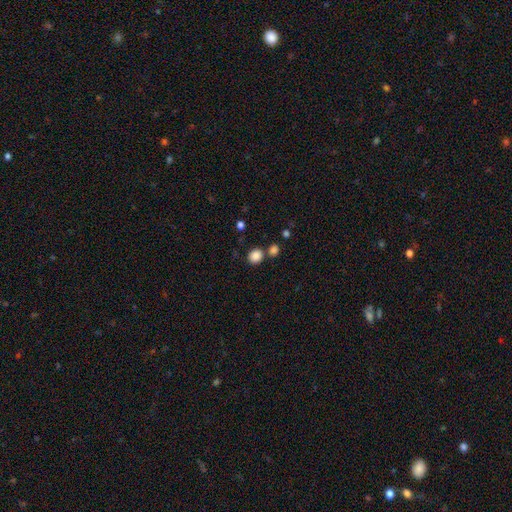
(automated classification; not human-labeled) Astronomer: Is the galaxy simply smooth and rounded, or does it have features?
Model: smooth — 86%.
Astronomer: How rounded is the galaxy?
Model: round — 73%.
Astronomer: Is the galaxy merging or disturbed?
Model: none — 72%.